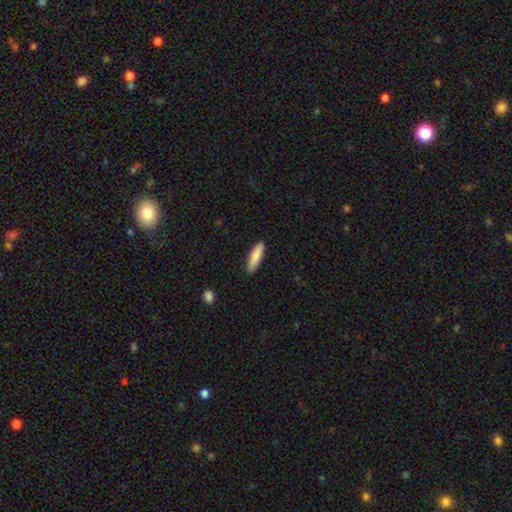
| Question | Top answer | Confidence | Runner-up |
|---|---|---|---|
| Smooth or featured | smooth | 87% | featured or disk (10%) |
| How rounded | cigar-shaped | 79% | in between (18%) |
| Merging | none | 82% | minor disturbance (11%) |